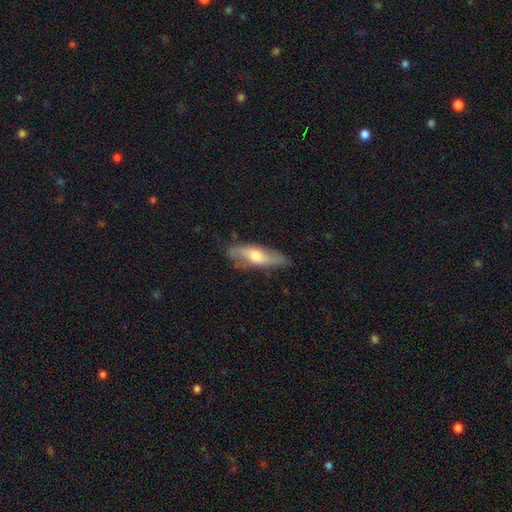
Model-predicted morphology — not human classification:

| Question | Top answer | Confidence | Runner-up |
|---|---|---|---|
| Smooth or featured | featured or disk | 52% | smooth (42%) |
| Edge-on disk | no | 57% | yes (43%) |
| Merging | none | 76% | minor disturbance (18%) |